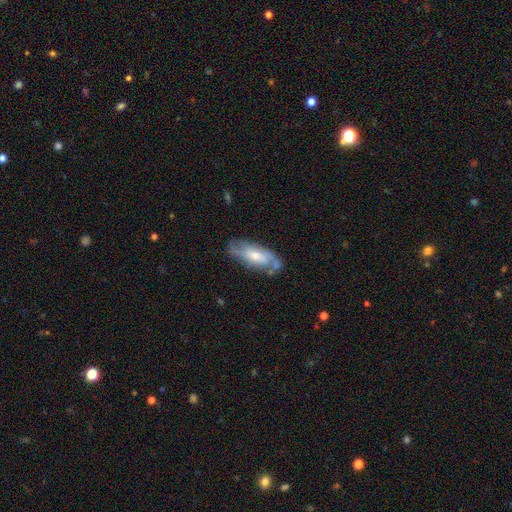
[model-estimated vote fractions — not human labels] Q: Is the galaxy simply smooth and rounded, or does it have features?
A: featured or disk — 54%.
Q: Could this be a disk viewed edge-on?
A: no — 82%.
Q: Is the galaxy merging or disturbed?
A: none — 64%.